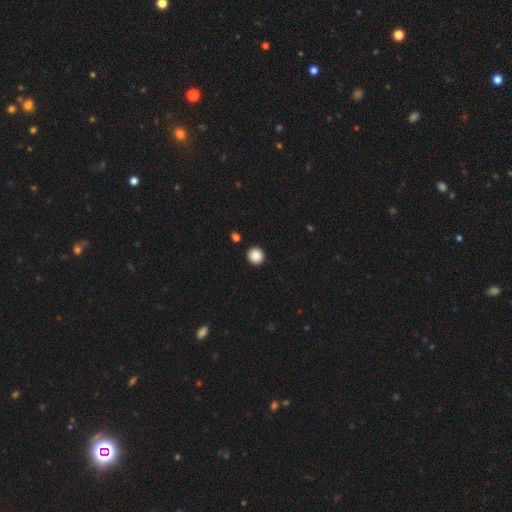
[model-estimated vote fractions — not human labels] Smooth or featured? Predicted: smooth (p=0.88). How rounded? Predicted: round (p=0.94). Merging? Predicted: none (p=0.92).